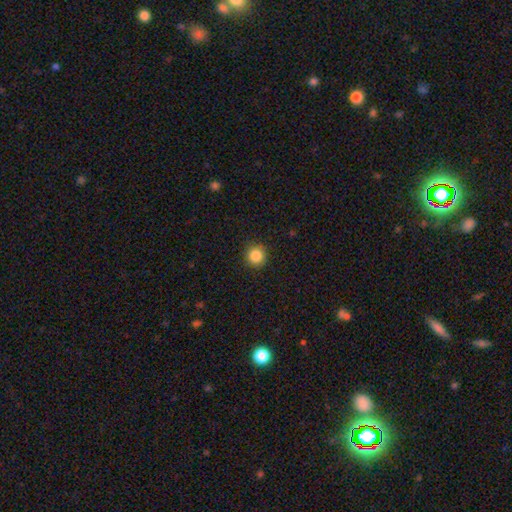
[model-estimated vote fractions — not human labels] Smooth or featured: smooth — 85% (star or artifact — 10%)
How rounded: round — 94% (in between — 5%)
Merging: none — 92% (minor disturbance — 5%)